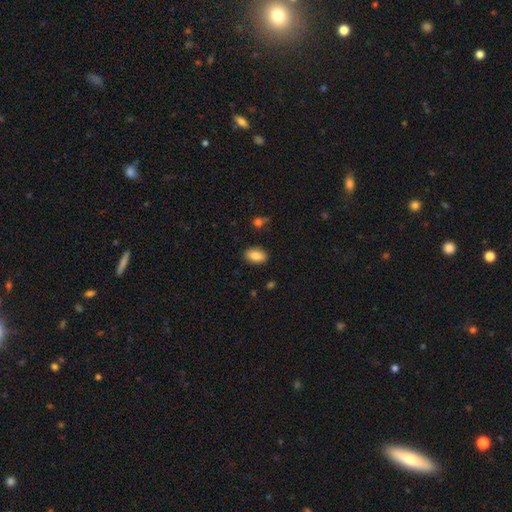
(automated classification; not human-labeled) This is clearly a smooth galaxy (85%). How rounded: clearly in between (90%). Merging: clearly none (87%).